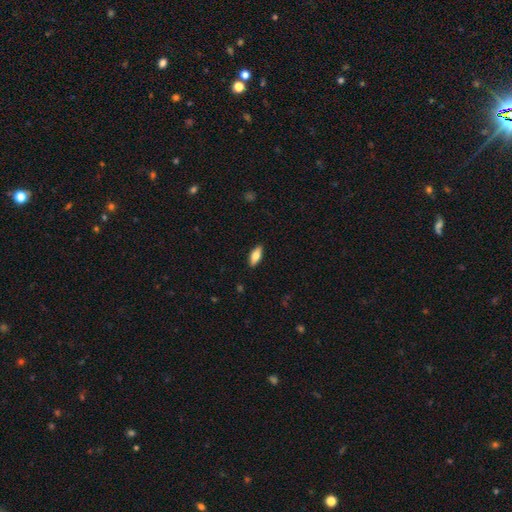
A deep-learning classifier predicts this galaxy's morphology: A smooth galaxy with no disk features (71%) that is in between round and cigar-shaped (73%). Merging: none (90%).